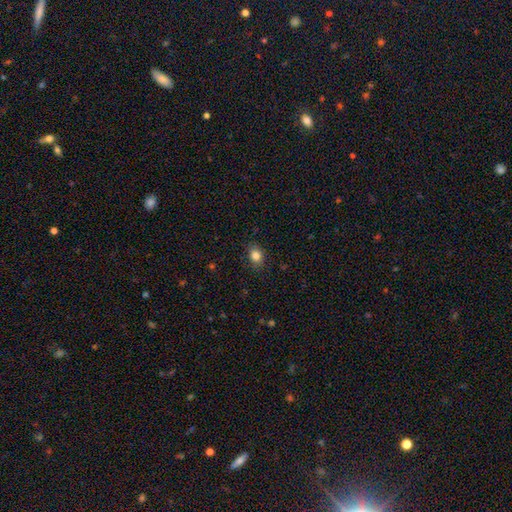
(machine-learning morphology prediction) smooth_or_featured: smooth (p=0.83) [alt: star or artifact p=0.11]
how_rounded: in between (p=0.53) [alt: round p=0.46]
merging: none (p=0.85) [alt: minor disturbance p=0.12]